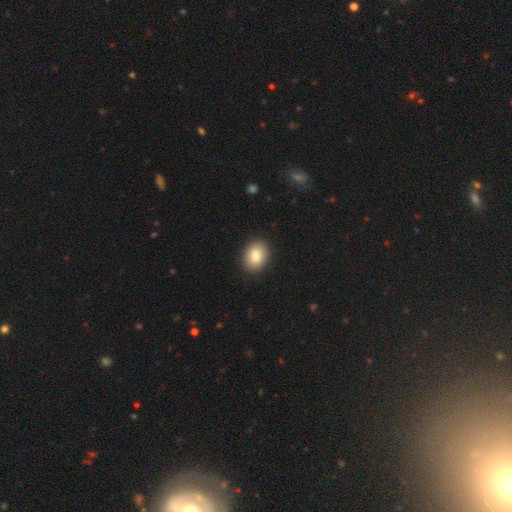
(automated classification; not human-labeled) Smooth or featured?
  - smooth: 87% *
  - star or artifact: 7%
  - featured or disk: 6%
How rounded?
  - in between: 62% *
  - round: 37%
  - cigar-shaped: 1%
Merging?
  - none: 90% *
  - minor disturbance: 7%
  - major disturbance: 2%
  - merger: 1%